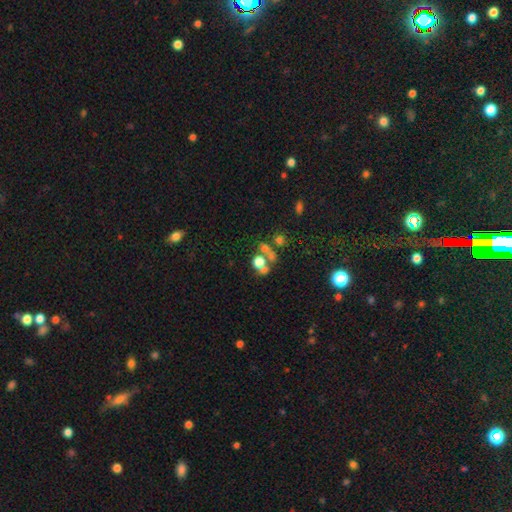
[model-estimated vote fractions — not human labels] star or artifact 45%, smooth 38%, featured or disk 18%.